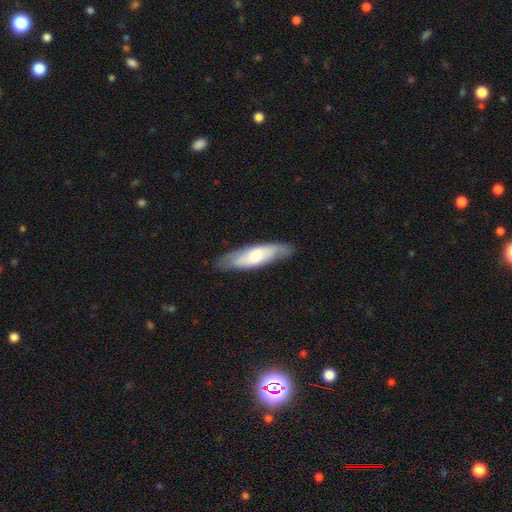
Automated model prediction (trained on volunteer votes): Q: Smooth or featured?
A: smooth (57%); runner-up: featured or disk (37%)
Q: How rounded?
A: cigar-shaped (55%); runner-up: in between (43%)
Q: Merging?
A: none (80%); runner-up: minor disturbance (15%)